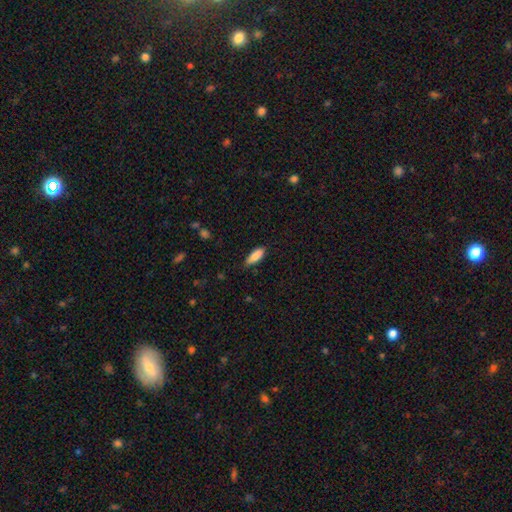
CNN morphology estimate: Q: Smooth or featured?
A: smooth (86%); runner-up: featured or disk (8%)
Q: How rounded?
A: in between (65%); runner-up: cigar-shaped (33%)
Q: Merging?
A: none (74%); runner-up: minor disturbance (21%)